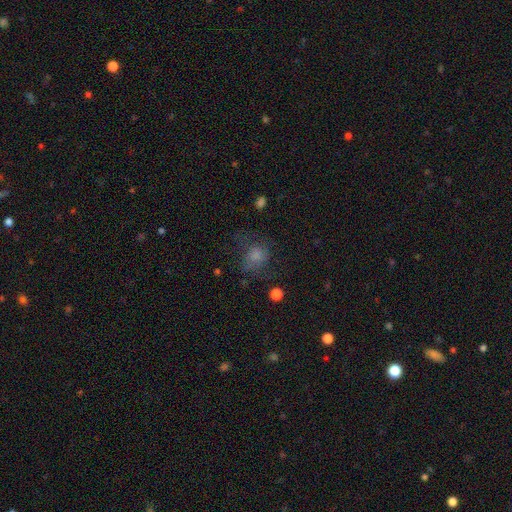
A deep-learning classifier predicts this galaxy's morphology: The model was most divided on "merging": none: 48%, major disturbance: 26%, minor disturbance: 23%, merger: 3%. More confident: smooth or featured — smooth (72%); how rounded — round (66%).